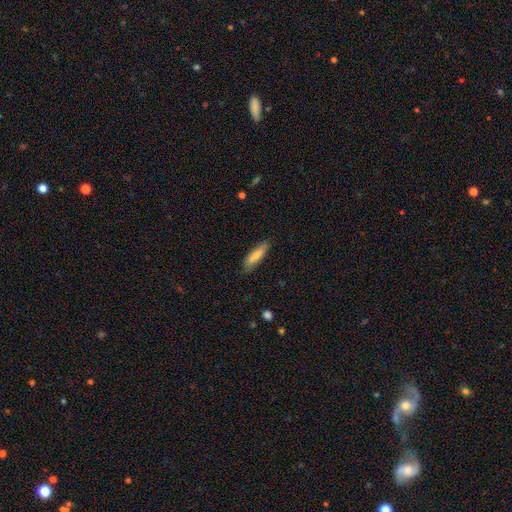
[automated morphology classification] smooth 78%, featured or disk 16%, star or artifact 6%. Down the decision tree: how rounded — cigar-shaped (68%); merging — none (84%).